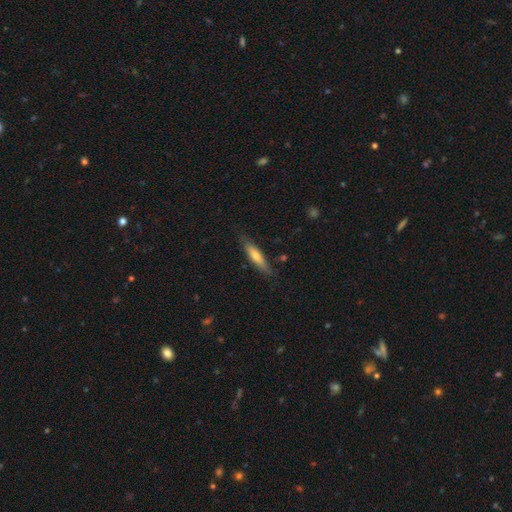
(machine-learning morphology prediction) type=smooth (65%); roundness=cigar-shaped (82%); merging=none (82%).